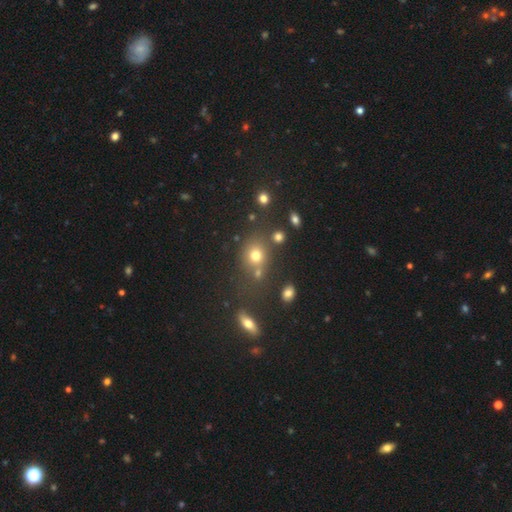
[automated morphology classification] Smooth or featured?
  - smooth: 71% *
  - star or artifact: 18%
  - featured or disk: 12%
How rounded?
  - round: 71% *
  - in between: 28%
  - cigar-shaped: 1%
Merging?
  - none: 64% *
  - merger: 18%
  - minor disturbance: 12%
  - major disturbance: 6%